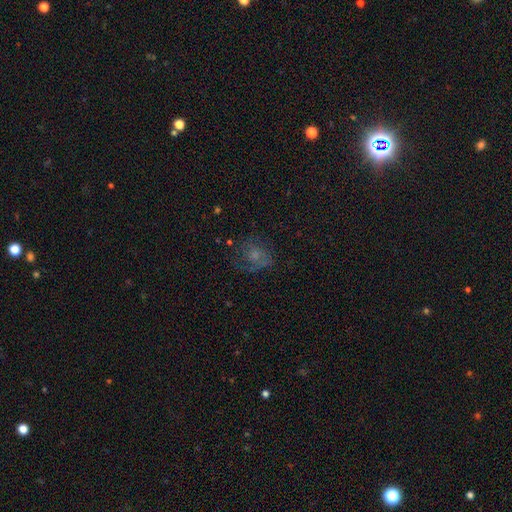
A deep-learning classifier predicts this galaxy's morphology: This is marginally a featured or disk galaxy (41%, tied with smooth). Merging: possibly none (53%).